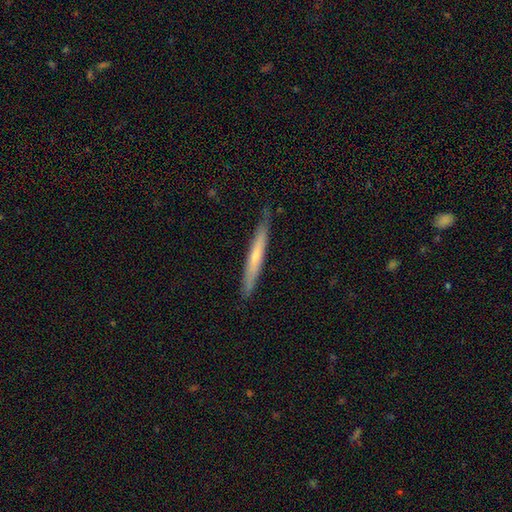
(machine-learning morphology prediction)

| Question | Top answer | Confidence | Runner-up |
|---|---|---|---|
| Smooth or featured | smooth | 50% | featured or disk (44%) |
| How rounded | cigar-shaped | 96% | in between (3%) |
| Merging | none | 85% | minor disturbance (12%) |